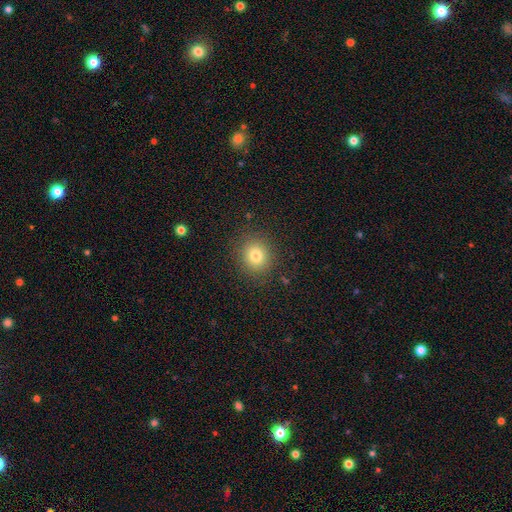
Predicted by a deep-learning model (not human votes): This is likely a smooth galaxy (79%). How rounded: clearly round (84%). Merging: clearly none (88%).